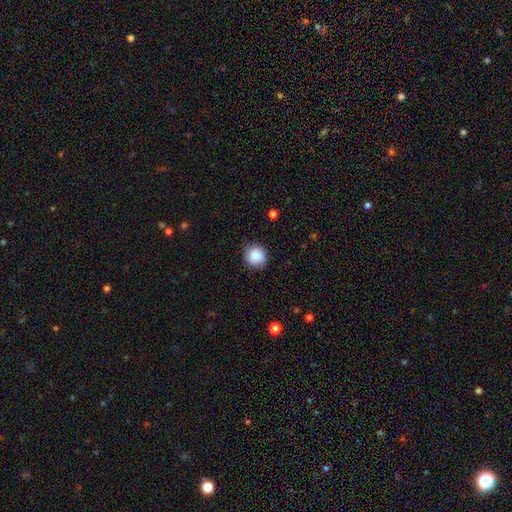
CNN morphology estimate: A smooth galaxy with no disk features (87%) that is round (87%).

Vote fractions:
- Smooth or featured? smooth: 87% / star or artifact: 8% / featured or disk: 4%
- How rounded? round: 87% / in between: 12% / cigar-shaped: 1%
- Merging? none: 84% / minor disturbance: 12% / major disturbance: 3% / merger: 1%